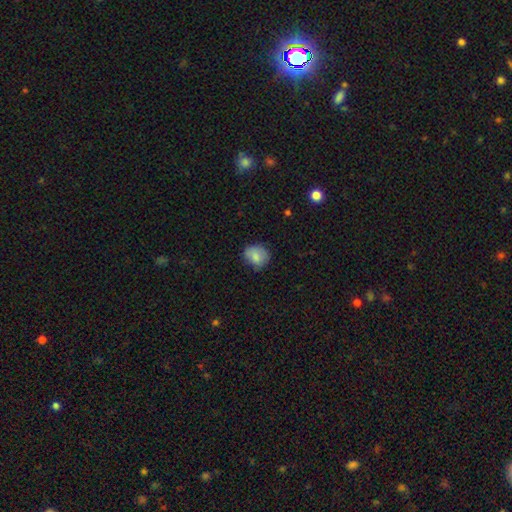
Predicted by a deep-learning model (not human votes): Q: Smooth or featured?
A: smooth (81%); runner-up: featured or disk (11%)
Q: How rounded?
A: round (65%); runner-up: in between (34%)
Q: Merging?
A: none (65%); runner-up: minor disturbance (27%)